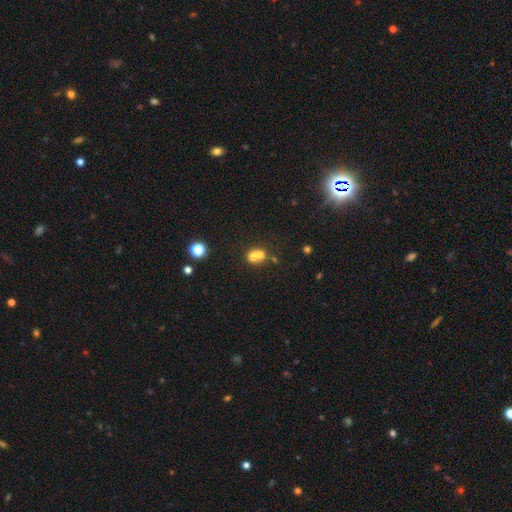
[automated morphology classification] Q: Smooth or featured?
A: smooth (66%); runner-up: featured or disk (20%)
Q: How rounded?
A: round (70%); runner-up: in between (29%)
Q: Merging?
A: merger (62%); runner-up: none (28%)